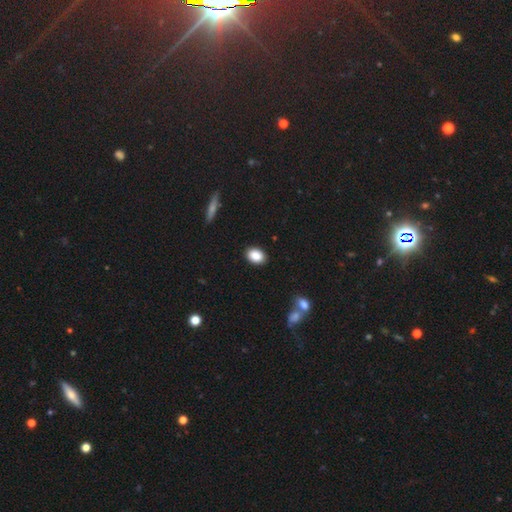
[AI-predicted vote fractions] The model was most divided on "how rounded": in between: 79%, round: 20%, cigar-shaped: 1%. More confident: merging — none (89%); smooth or featured — smooth (88%).